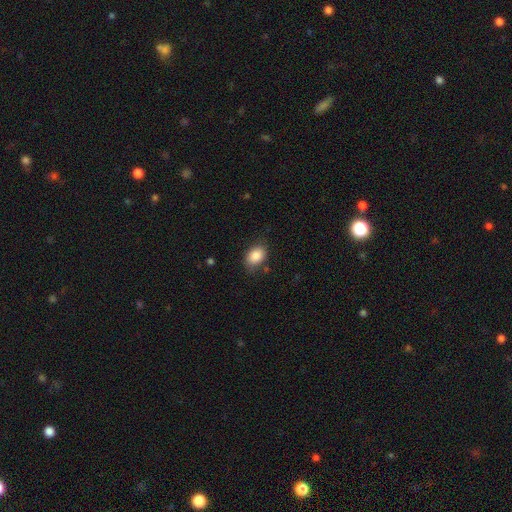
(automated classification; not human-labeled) A smooth galaxy with no disk features (87%) that is in between round and cigar-shaped (75%).

Vote fractions:
- Smooth or featured? smooth: 87% / star or artifact: 8% / featured or disk: 5%
- How rounded? in between: 75% / round: 24% / cigar-shaped: 1%
- Merging? none: 77% / minor disturbance: 17% / major disturbance: 4% / merger: 2%